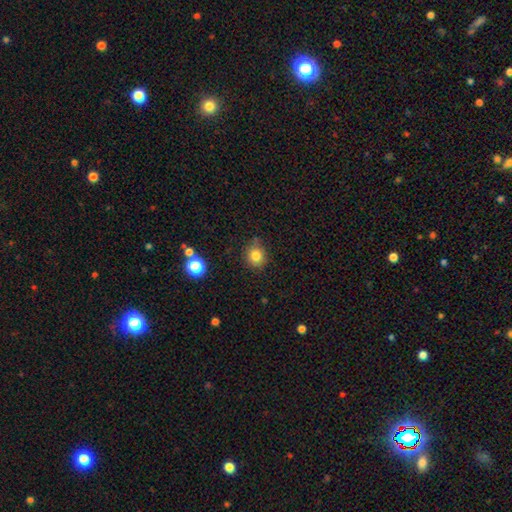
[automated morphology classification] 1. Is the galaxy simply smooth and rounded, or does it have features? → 82% smooth, 12% star or artifact, 6% featured or disk.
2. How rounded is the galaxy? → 79% round, 20% in between, 1% cigar-shaped.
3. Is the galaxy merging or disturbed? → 79% none, 14% minor disturbance, 3% merger, 3% major disturbance.